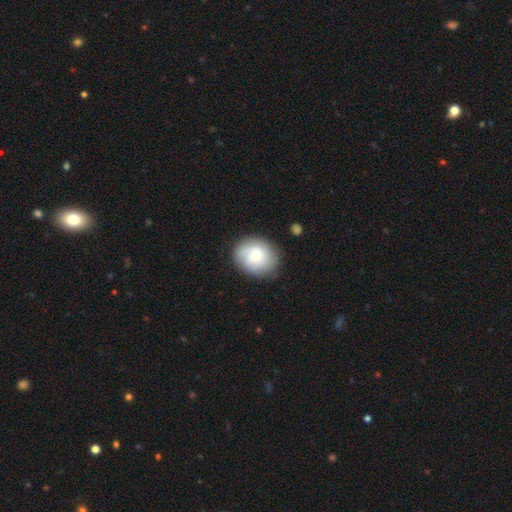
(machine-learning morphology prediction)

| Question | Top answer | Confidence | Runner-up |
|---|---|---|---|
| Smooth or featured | smooth | 51% | featured or disk (42%) |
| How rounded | round | 60% | in between (39%) |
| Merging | none | 80% | minor disturbance (14%) |